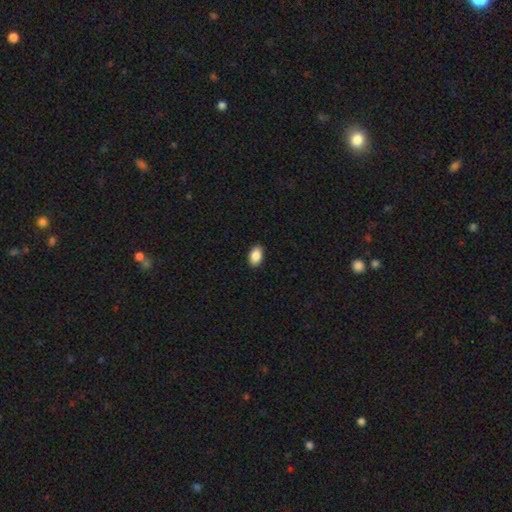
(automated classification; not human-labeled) smooth 88%, star or artifact 7%, featured or disk 4%. Down the decision tree: how rounded — in between (91%); merging — none (90%).